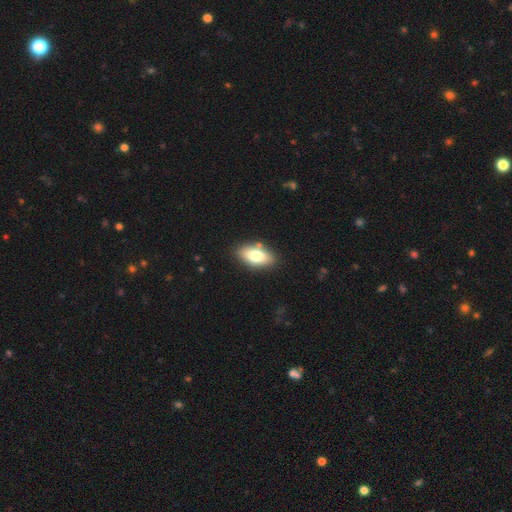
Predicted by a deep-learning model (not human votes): A smooth galaxy with no disk features (75%) that is in between round and cigar-shaped (90%). Merging: none (82%).